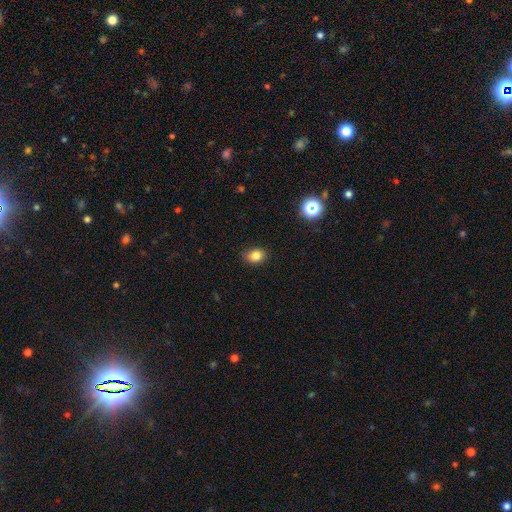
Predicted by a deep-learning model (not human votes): Overall: smooth (82%). How rounded: in between (59%; round 40%). Merging: none (82%).